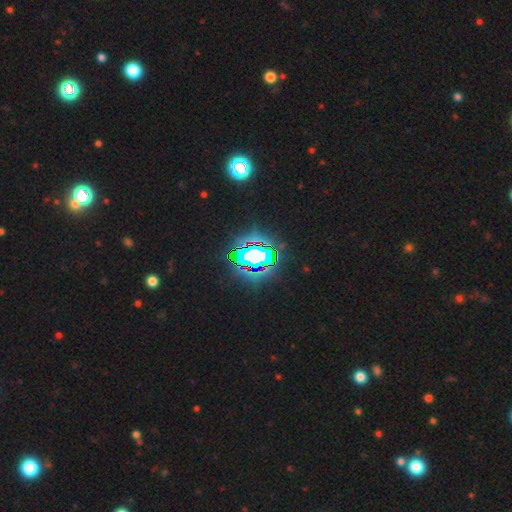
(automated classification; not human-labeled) Smooth or featured?
  - star or artifact: 77% *
  - smooth: 12%
  - featured or disk: 11%